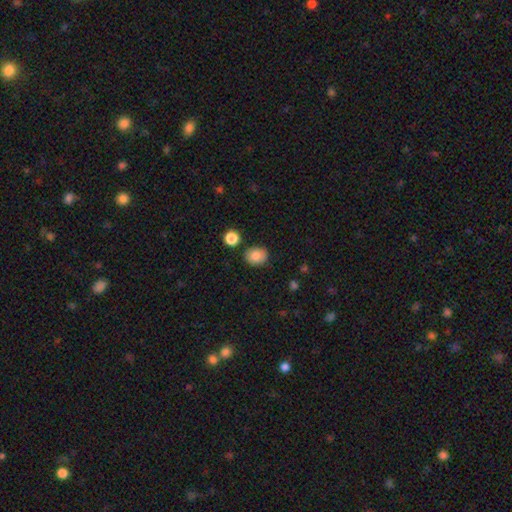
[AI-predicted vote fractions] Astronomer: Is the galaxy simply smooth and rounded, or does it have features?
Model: smooth — 84%.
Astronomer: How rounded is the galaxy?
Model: round — 64%.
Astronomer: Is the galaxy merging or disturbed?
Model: none — 82%.